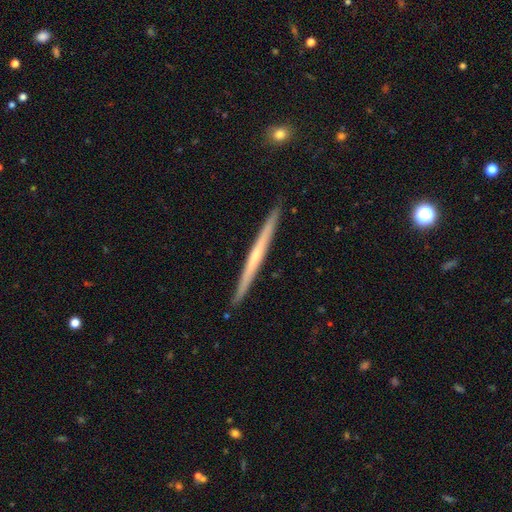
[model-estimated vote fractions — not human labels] smooth_or_featured: featured or disk (p=0.62) [alt: smooth p=0.32]
disk_edge_on: yes (p=0.98) [alt: no p=0.02]
edge_on_bulge: none (p=0.69) [alt: rounded p=0.26]
merging: none (p=0.92) [alt: minor disturbance p=0.06]